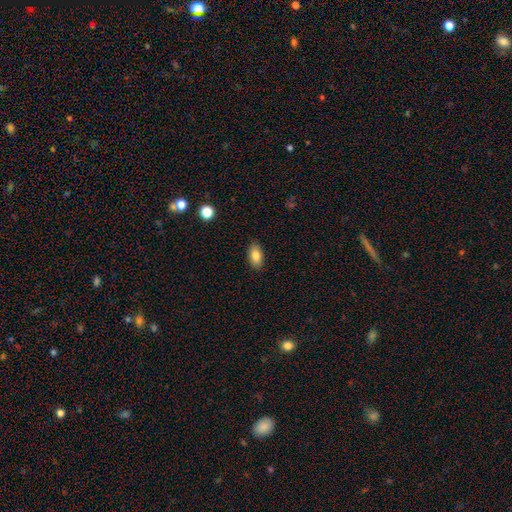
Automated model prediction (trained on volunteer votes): Q: Smooth or featured?
A: smooth (84%); runner-up: featured or disk (9%)
Q: How rounded?
A: in between (92%); runner-up: round (5%)
Q: Merging?
A: none (89%); runner-up: minor disturbance (8%)